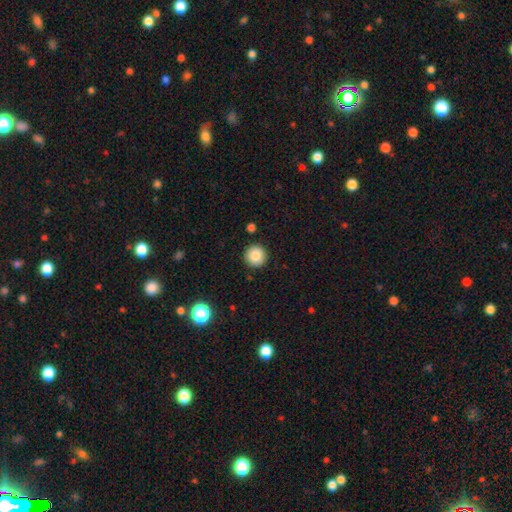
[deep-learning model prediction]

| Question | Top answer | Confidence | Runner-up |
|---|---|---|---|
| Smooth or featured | smooth | 85% | star or artifact (9%) |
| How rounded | round | 96% | in between (3%) |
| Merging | none | 92% | minor disturbance (5%) |